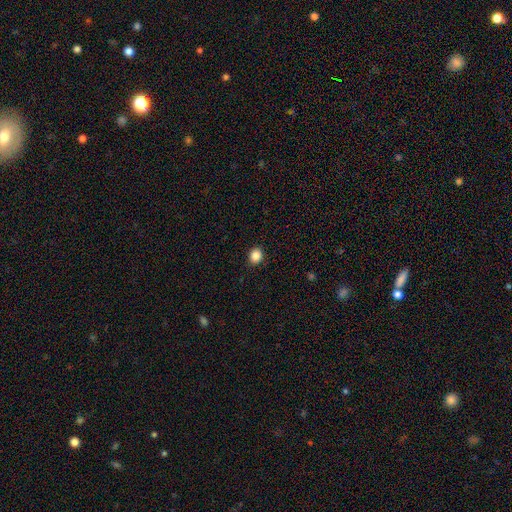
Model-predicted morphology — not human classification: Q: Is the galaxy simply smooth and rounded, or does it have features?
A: smooth — 87%.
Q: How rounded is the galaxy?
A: round — 75%.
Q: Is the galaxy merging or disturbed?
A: none — 90%.